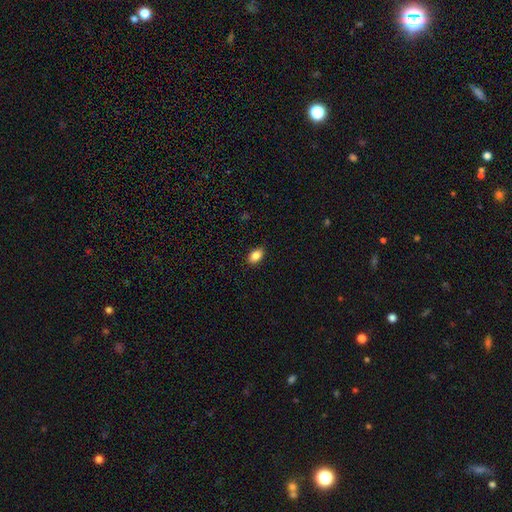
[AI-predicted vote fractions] A smooth galaxy with no disk features (87%) that is in between round and cigar-shaped (89%). Merging: none (88%).